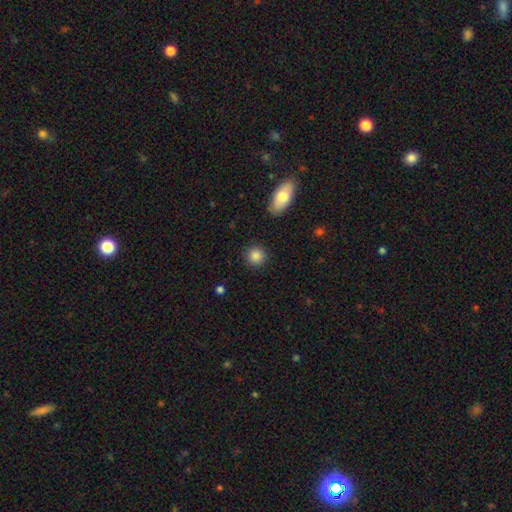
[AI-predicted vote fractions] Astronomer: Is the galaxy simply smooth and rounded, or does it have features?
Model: smooth — 86%.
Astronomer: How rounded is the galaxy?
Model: round — 91%.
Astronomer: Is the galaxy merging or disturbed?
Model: none — 90%.